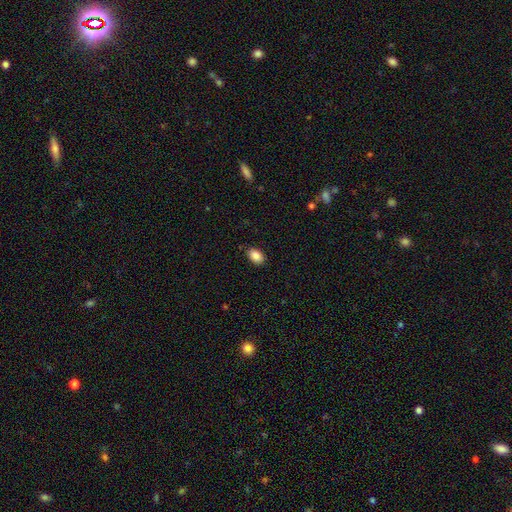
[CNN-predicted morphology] smooth-or-featured: smooth: 88% | star or artifact: 8% | featured or disk: 4%
  how-rounded: in between: 85% | round: 14% | cigar-shaped: 1%
  merging: none: 88% | minor disturbance: 9% | major disturbance: 2% | merger: 1%